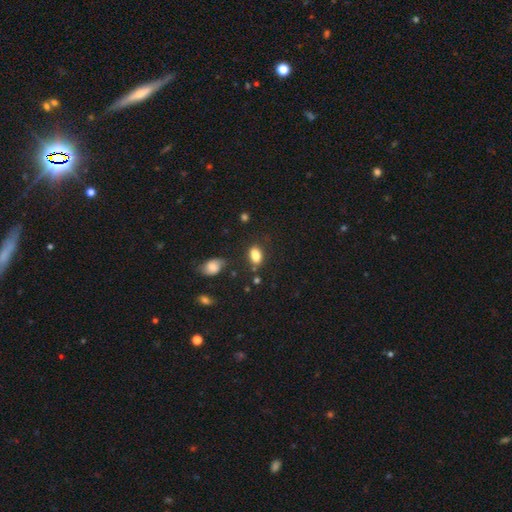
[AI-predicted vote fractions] Q: Smooth or featured?
A: smooth (83%); runner-up: star or artifact (10%)
Q: How rounded?
A: in between (85%); runner-up: round (12%)
Q: Merging?
A: none (73%); runner-up: minor disturbance (17%)